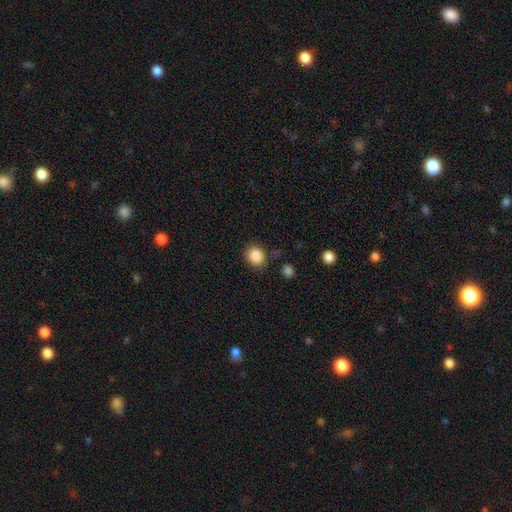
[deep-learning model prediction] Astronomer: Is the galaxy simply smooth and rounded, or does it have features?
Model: smooth — 87%.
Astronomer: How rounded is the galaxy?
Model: round — 66%.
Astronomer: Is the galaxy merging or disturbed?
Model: none — 80%.